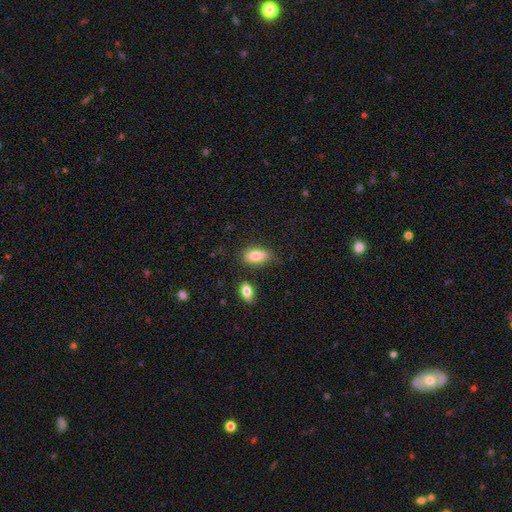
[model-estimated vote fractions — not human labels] The model was most divided on "merging": none: 76%, minor disturbance: 15%, merger: 5%, major disturbance: 3%. More confident: how rounded — in between (86%); smooth or featured — smooth (84%).